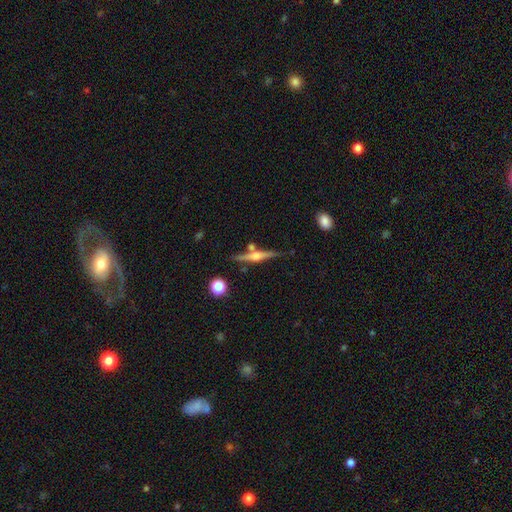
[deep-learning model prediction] Q: Smooth or featured?
A: featured or disk (73%); runner-up: smooth (19%)
Q: Edge-on disk?
A: yes (97%); runner-up: no (3%)
Q: Edge-on bulge?
A: rounded (87%); runner-up: boxy (8%)
Q: Merging?
A: none (77%); runner-up: minor disturbance (11%)